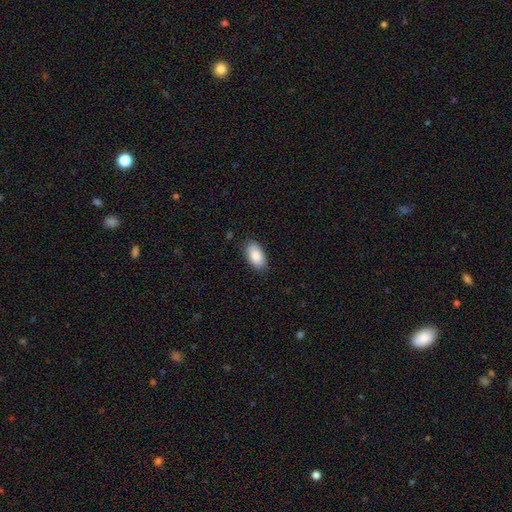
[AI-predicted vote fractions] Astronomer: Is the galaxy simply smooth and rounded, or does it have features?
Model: smooth — 88%.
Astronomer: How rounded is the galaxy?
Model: in between — 94%.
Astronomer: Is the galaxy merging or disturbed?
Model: none — 85%.